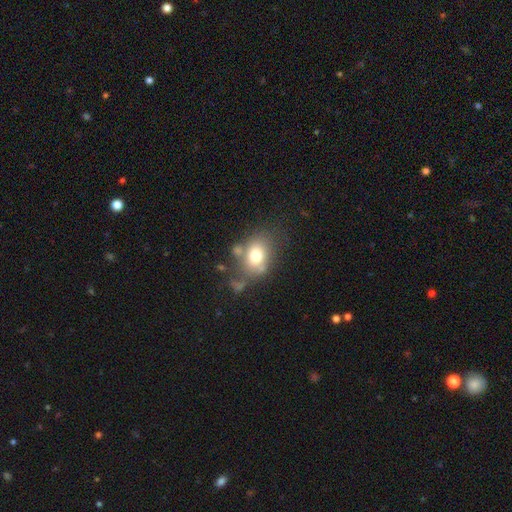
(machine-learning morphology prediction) Smooth or featured? Predicted: smooth (p=0.72). How rounded? Predicted: in between (p=0.65). Merging? Predicted: none (p=0.51).